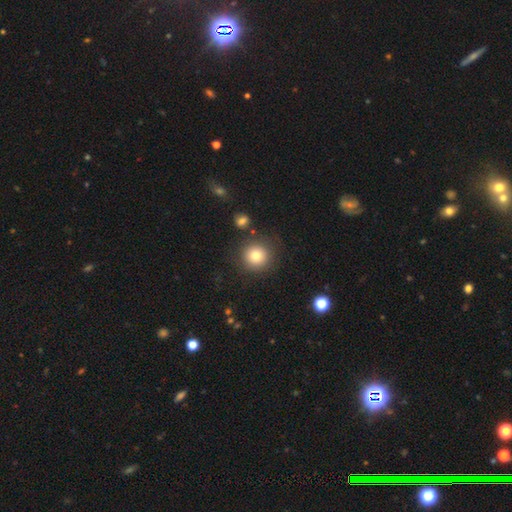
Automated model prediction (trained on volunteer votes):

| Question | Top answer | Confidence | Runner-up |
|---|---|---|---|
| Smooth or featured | smooth | 80% | star or artifact (11%) |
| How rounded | round | 94% | in between (6%) |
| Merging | none | 84% | minor disturbance (9%) |